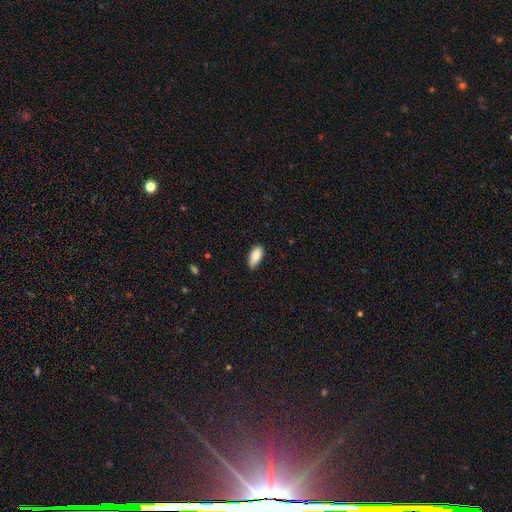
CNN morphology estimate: smooth_or_featured: smooth (p=0.87) [alt: star or artifact p=0.07]
how_rounded: in between (p=0.90) [alt: cigar-shaped p=0.08]
merging: none (p=0.78) [alt: minor disturbance p=0.19]